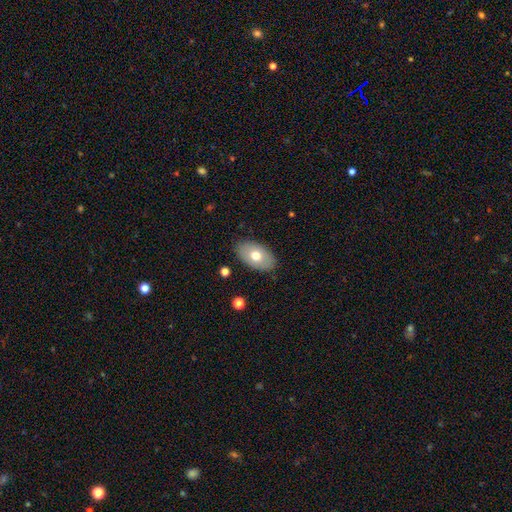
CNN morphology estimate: smooth 67%, featured or disk 26%, star or artifact 7%. Down the decision tree: how rounded — in between (92%); merging — none (86%).